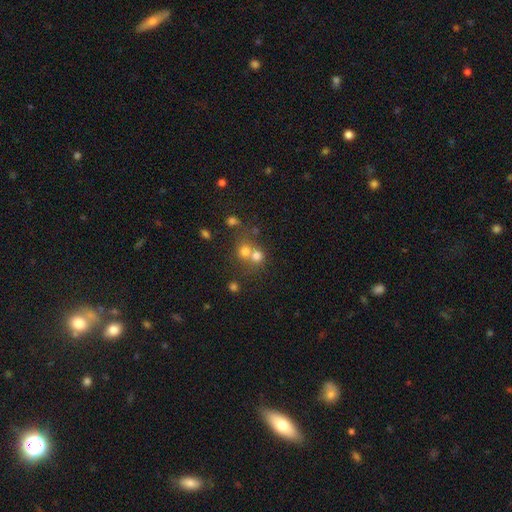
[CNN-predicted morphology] A smooth galaxy with no disk features (70%) that is round (82%). Merging: merger (53%).